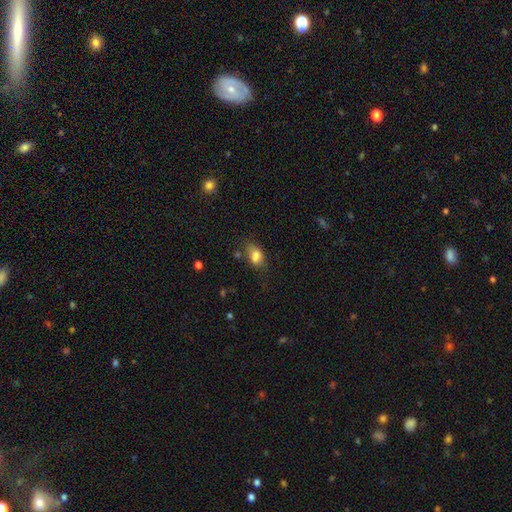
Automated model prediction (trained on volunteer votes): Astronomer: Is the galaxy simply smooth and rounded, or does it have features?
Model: smooth — 76%.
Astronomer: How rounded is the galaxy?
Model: in between — 81%.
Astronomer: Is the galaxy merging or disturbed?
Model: none — 52%.